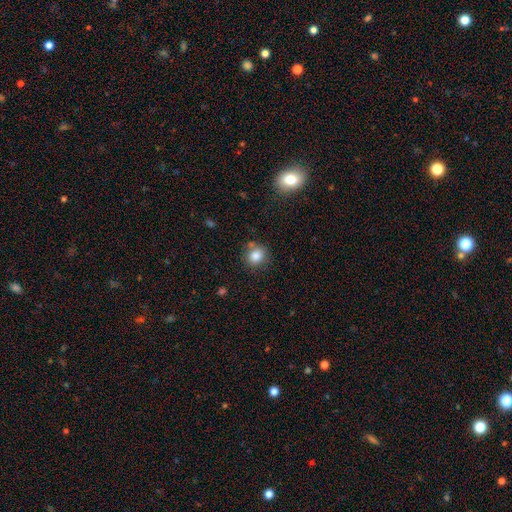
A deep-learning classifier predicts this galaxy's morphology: Q: Smooth or featured?
A: smooth (84%); runner-up: star or artifact (10%)
Q: How rounded?
A: round (78%); runner-up: in between (21%)
Q: Merging?
A: none (74%); runner-up: minor disturbance (15%)